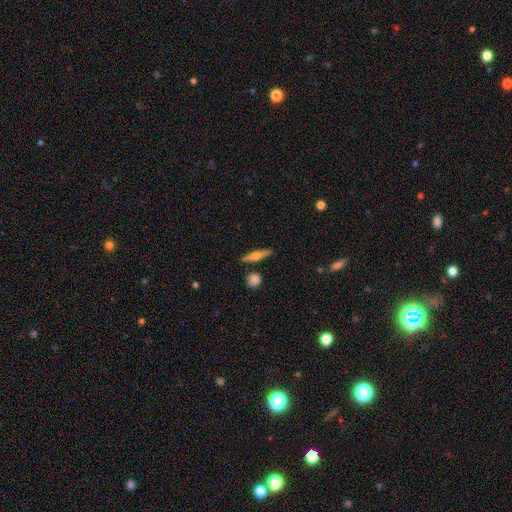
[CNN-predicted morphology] type=featured or disk (48%); merging=none (85%).